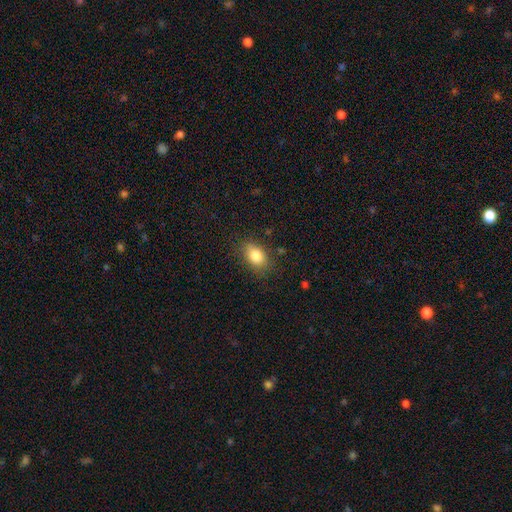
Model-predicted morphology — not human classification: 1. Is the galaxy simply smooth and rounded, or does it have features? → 83% smooth, 9% star or artifact, 8% featured or disk.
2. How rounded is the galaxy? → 83% in between, 15% round, 2% cigar-shaped.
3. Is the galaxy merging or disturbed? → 79% none, 15% minor disturbance, 4% major disturbance, 1% merger.